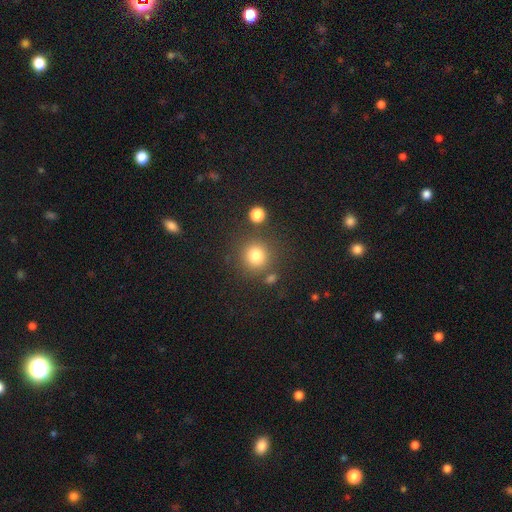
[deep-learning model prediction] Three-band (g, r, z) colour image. It shows a smooth galaxy with no disk features (79%) that is round (93%). Merging: none (81%).